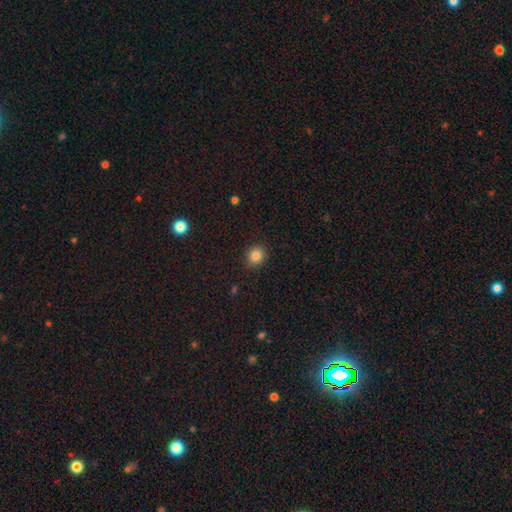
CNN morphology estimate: A smooth galaxy with no disk features (84%) that is round (78%). Merging: none (89%).